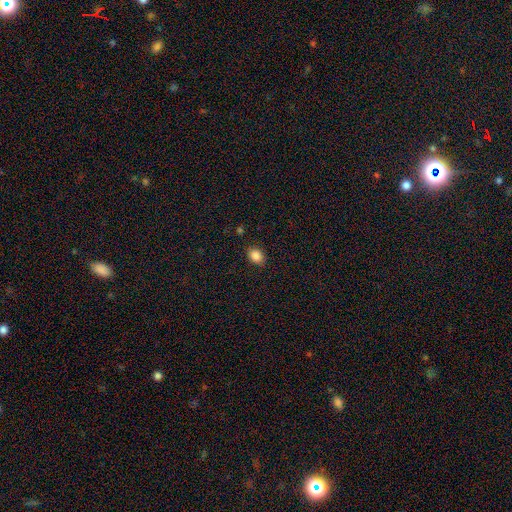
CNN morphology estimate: The model was most divided on "how rounded": in between: 62%, round: 37%, cigar-shaped: 1%. More confident: merging — none (87%); smooth or featured — smooth (86%).